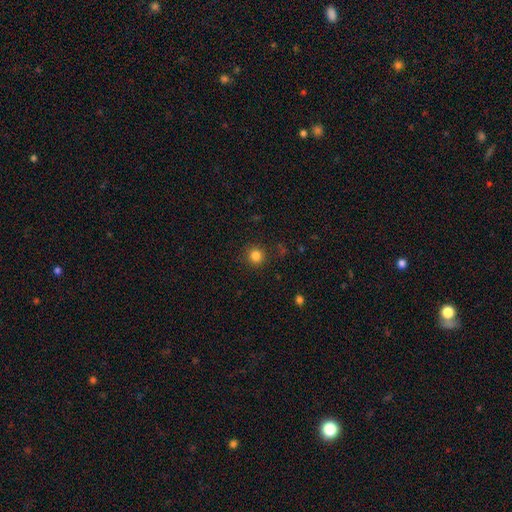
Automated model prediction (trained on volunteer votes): Q: Smooth or featured?
A: smooth (83%); runner-up: star or artifact (13%)
Q: How rounded?
A: round (92%); runner-up: in between (7%)
Q: Merging?
A: none (88%); runner-up: minor disturbance (8%)